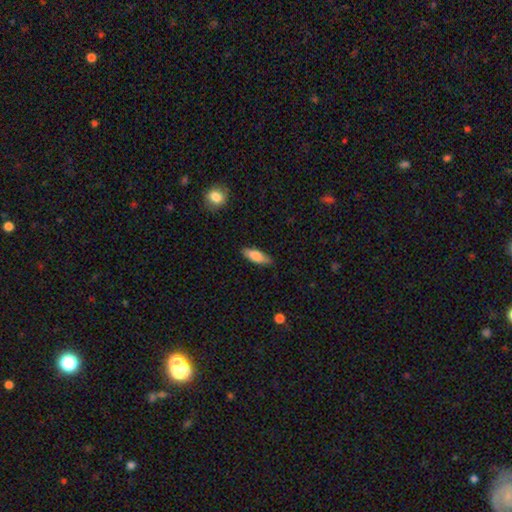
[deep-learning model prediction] A smooth galaxy with no disk features (82%) that is in between round and cigar-shaped (67%).

Vote fractions:
- Smooth or featured? smooth: 82% / featured or disk: 12% / star or artifact: 6%
- How rounded? in between: 67% / cigar-shaped: 31% / round: 2%
- Merging? none: 82% / minor disturbance: 14% / major disturbance: 2% / merger: 1%